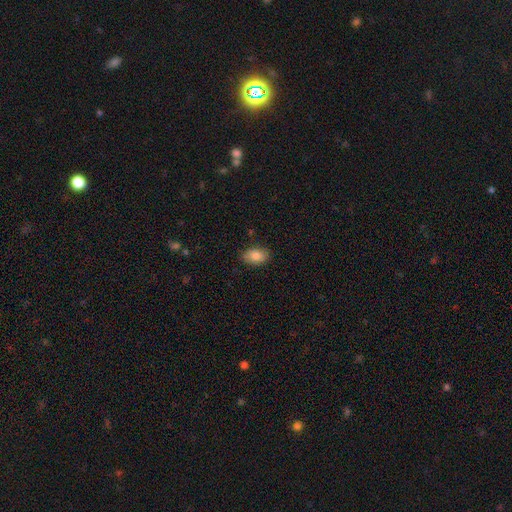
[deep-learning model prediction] Smooth or featured? Predicted: smooth (p=0.84). How rounded? Predicted: in between (p=0.88). Merging? Predicted: none (p=0.86).